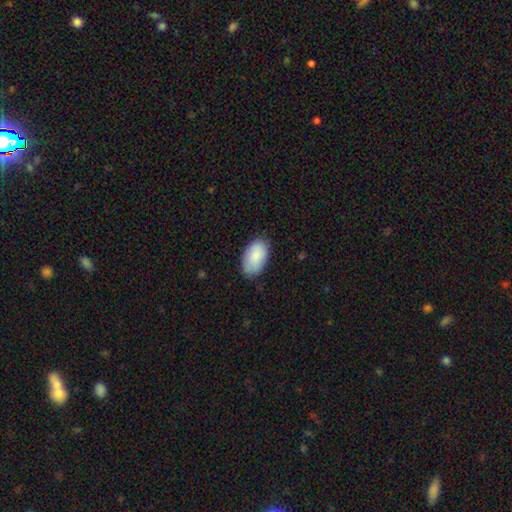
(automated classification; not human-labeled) Smooth or featured: smooth — 87% (featured or disk — 8%)
How rounded: in between — 94% (round — 5%)
Merging: none — 80% (minor disturbance — 16%)